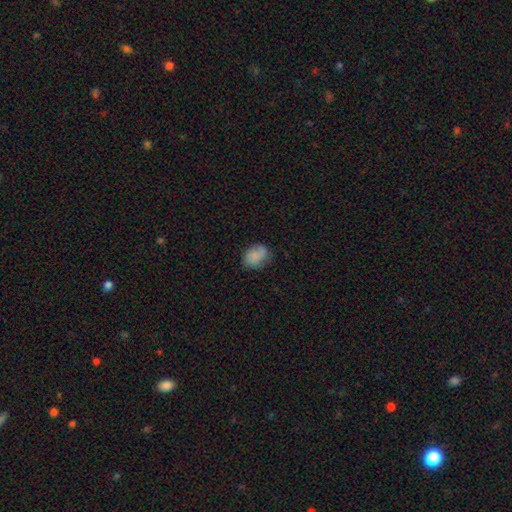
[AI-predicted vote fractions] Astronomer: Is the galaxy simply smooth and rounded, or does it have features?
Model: smooth — 80%.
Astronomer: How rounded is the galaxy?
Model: in between — 63%.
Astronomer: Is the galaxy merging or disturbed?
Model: none — 71%.